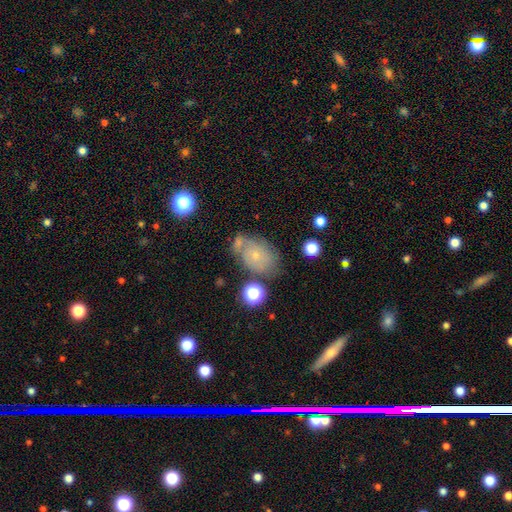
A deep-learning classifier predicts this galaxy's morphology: A featured or disk galaxy (47%). Merging: none (50%).